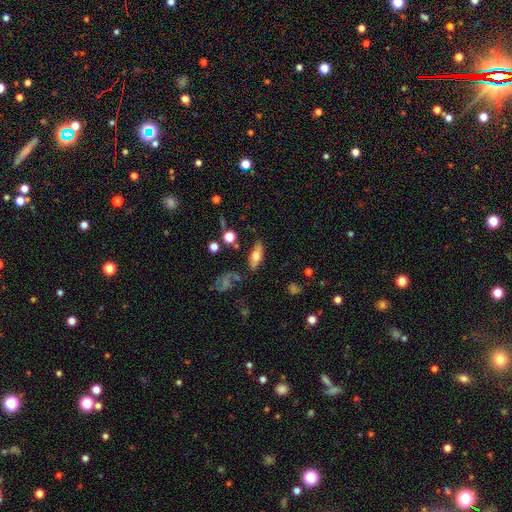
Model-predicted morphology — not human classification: Smooth or featured?
  - smooth: 56% *
  - featured or disk: 37%
  - star or artifact: 7%
How rounded?
  - in between: 71% *
  - cigar-shaped: 24%
  - round: 4%
Merging?
  - none: 74% *
  - minor disturbance: 16%
  - merger: 5%
  - major disturbance: 5%